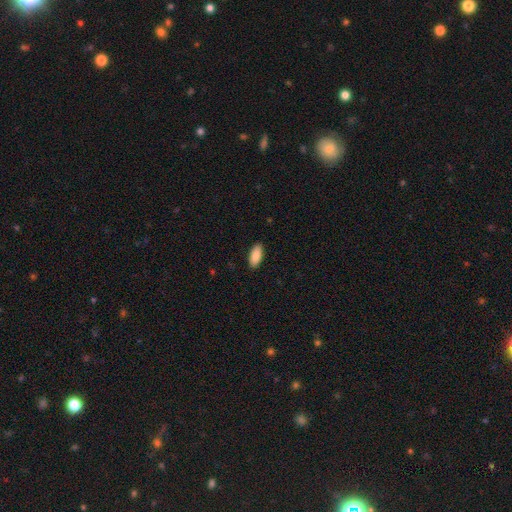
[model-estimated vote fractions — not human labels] Smooth or featured?
  - smooth: 90% *
  - star or artifact: 6%
  - featured or disk: 4%
How rounded?
  - in between: 88% *
  - cigar-shaped: 10%
  - round: 2%
Merging?
  - none: 89% *
  - minor disturbance: 8%
  - major disturbance: 2%
  - merger: 1%